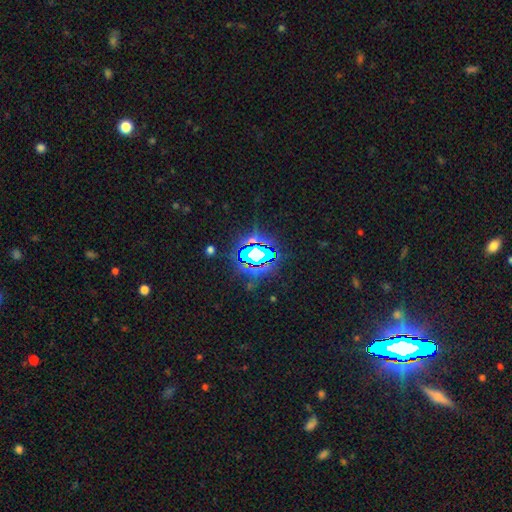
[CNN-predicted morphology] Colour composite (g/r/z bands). It shows a star or artifact, not a galaxy (72%).